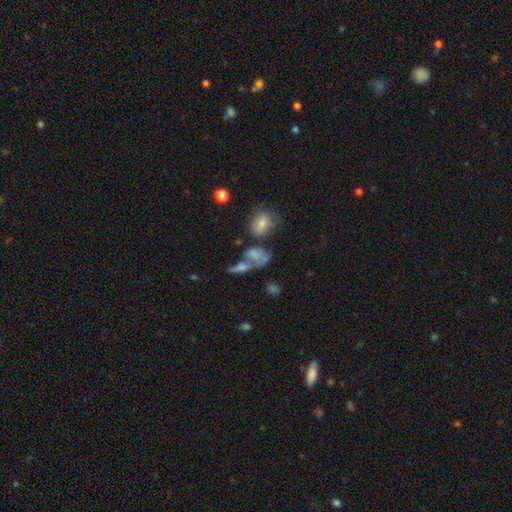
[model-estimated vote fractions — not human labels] Smooth or featured?
  - smooth: 58% *
  - featured or disk: 27%
  - star or artifact: 14%
How rounded?
  - in between: 71% *
  - round: 24%
  - cigar-shaped: 6%
Merging?
  - merger: 42% *
  - none: 25%
  - major disturbance: 19%
  - minor disturbance: 14%